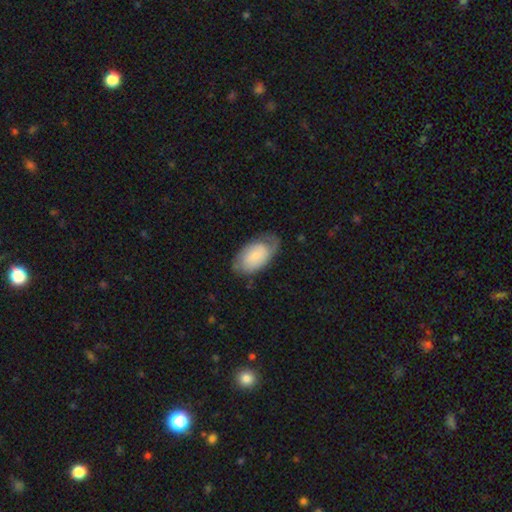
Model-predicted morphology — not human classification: A smooth galaxy with no disk features (53%) that is in between round and cigar-shaped (93%).

Vote fractions:
- Smooth or featured? smooth: 53% / featured or disk: 41% / star or artifact: 6%
- How rounded? in between: 93% / round: 5% / cigar-shaped: 2%
- Merging? none: 58% / minor disturbance: 28% / major disturbance: 12% / merger: 2%